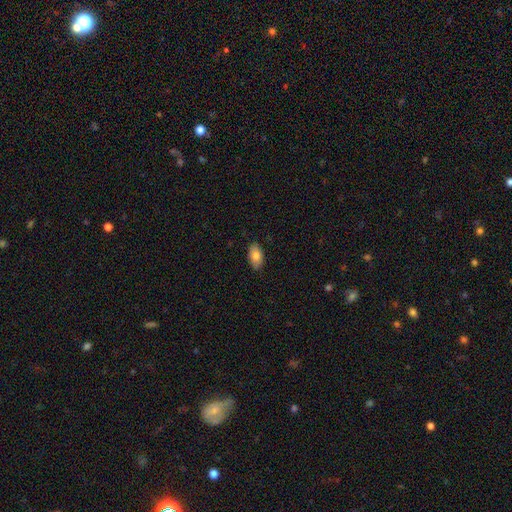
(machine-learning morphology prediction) Smooth or featured: smooth — 80% (featured or disk — 13%)
How rounded: in between — 94% (round — 4%)
Merging: none — 88% (minor disturbance — 9%)